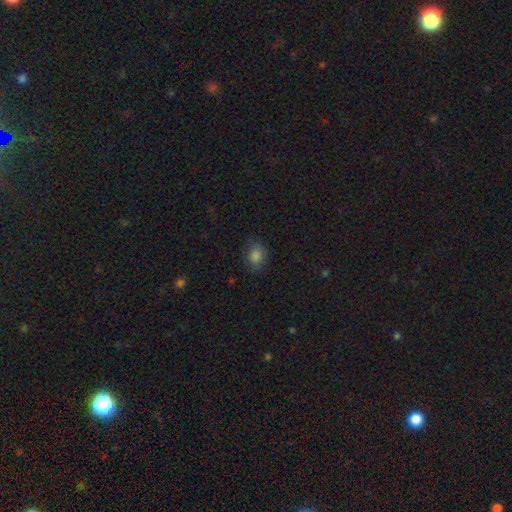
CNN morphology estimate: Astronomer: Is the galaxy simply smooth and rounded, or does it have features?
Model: smooth — 84%.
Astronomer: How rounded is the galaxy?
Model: in between — 58% (runner-up: round, 41%).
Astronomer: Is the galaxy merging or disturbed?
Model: none — 79%.